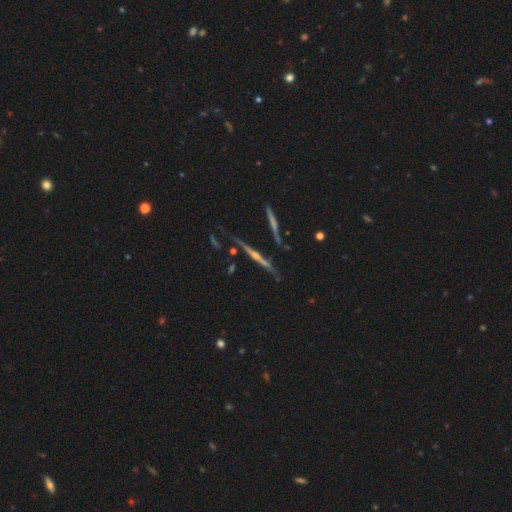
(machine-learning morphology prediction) This is clearly a featured or disk galaxy (82%). It is clearly viewed edge-on (97%). Edge-on bulge: clearly rounded (80%). Merging: likely none (77%).